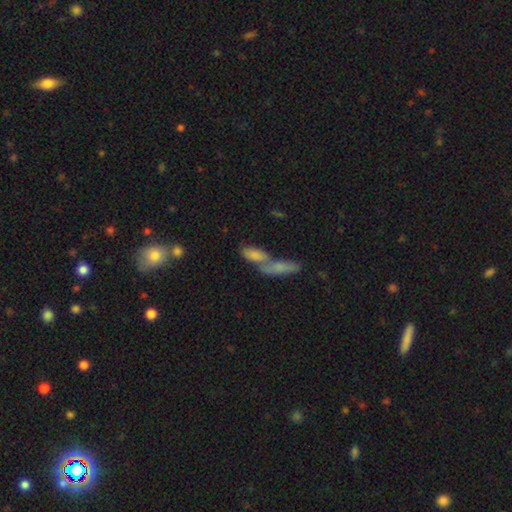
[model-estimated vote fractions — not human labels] The model was most divided on "how rounded": in between: 59%, cigar-shaped: 35%, round: 6%. More confident: smooth or featured — smooth (60%); merging — merger (56%).